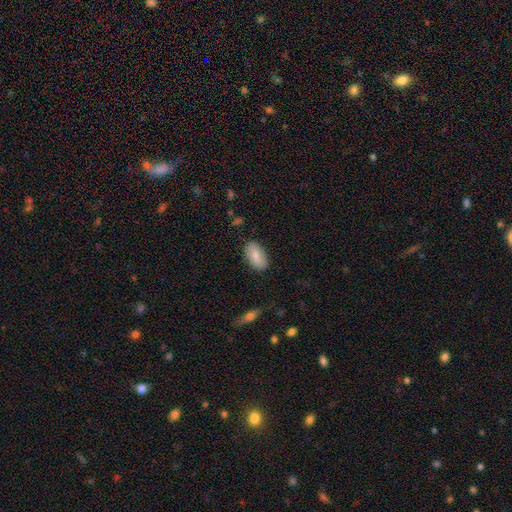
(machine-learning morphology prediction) Smooth or featured? smooth (75%)
How rounded? in between (93%)
Merging? none (85%)